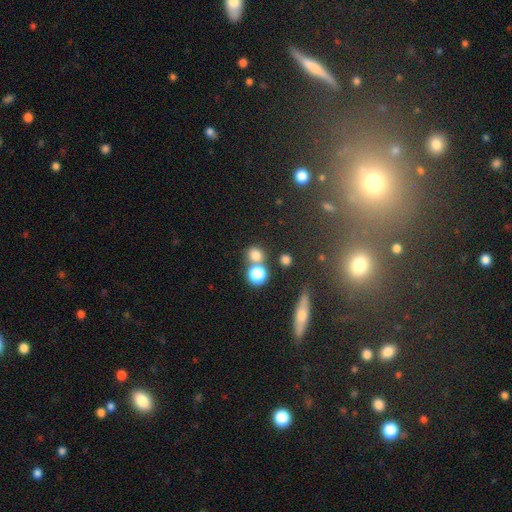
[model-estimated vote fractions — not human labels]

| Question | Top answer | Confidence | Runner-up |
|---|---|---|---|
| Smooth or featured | smooth | 75% | star or artifact (17%) |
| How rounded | round | 80% | in between (18%) |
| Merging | none | 62% | merger (25%) |